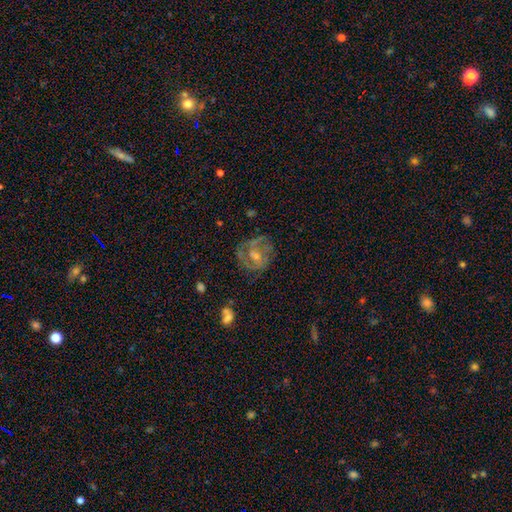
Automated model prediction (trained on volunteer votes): This appears to be a featured or disk galaxy (69%) with no bar (47%), 2 (36%, tied with can't tell) tight (47%) spiral arms (76%) and a moderate central bulge (47%). Merging: none (70%).